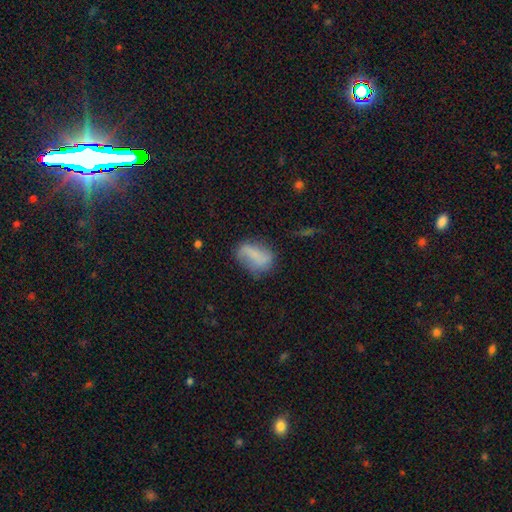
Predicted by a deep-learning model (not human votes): The model was most divided on "merging": none: 51%, minor disturbance: 30%, major disturbance: 15%, merger: 4%. More confident: how rounded — in between (81%); smooth or featured — smooth (58%).